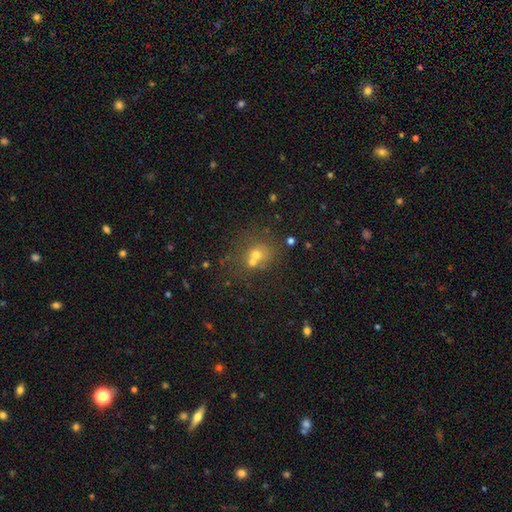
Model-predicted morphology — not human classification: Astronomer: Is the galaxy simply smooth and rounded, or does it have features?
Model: smooth — 56%.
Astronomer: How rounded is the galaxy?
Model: round — 76%.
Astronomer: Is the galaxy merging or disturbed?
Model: merger — 47% (runner-up: none, 40%).